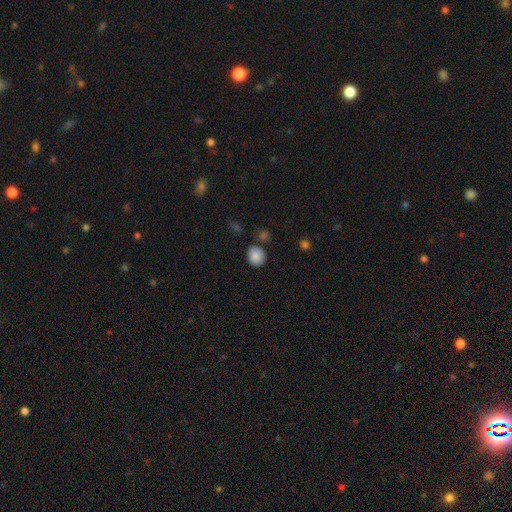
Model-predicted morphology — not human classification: A smooth galaxy with no disk features (87%) that is round (74%).

Vote fractions:
- Smooth or featured? smooth: 87% / star or artifact: 9% / featured or disk: 4%
- How rounded? round: 74% / in between: 25% / cigar-shaped: 1%
- Merging? none: 76% / minor disturbance: 13% / merger: 7% / major disturbance: 4%